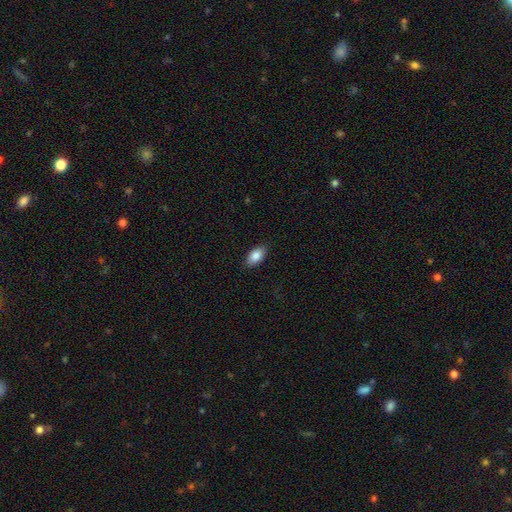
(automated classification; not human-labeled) Overall: smooth (86%). How rounded: in between (92%). Merging: none (86%).